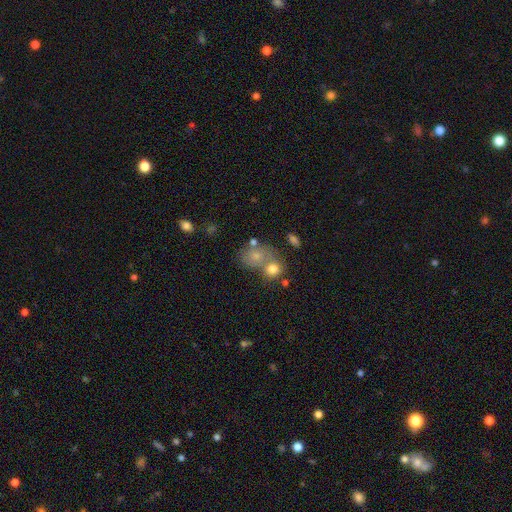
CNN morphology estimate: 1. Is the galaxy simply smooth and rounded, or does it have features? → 69% smooth, 19% featured or disk, 13% star or artifact.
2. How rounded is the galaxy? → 53% round, 45% in between, 1% cigar-shaped.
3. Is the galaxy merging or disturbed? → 45% merger, 34% none, 13% minor disturbance, 8% major disturbance.